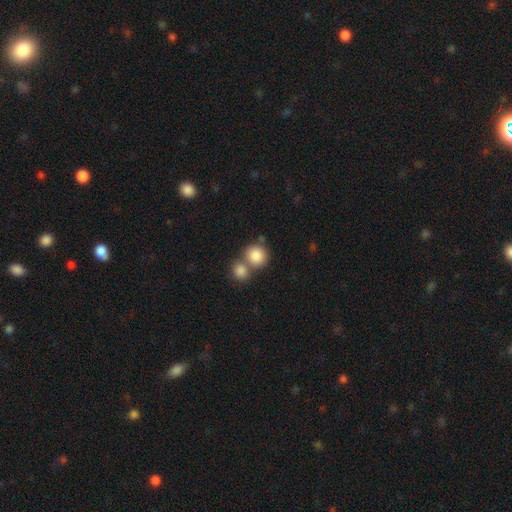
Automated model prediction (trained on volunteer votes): Overall: smooth (85%). How rounded: round (84%). Merging: merger (45%; none 44%).